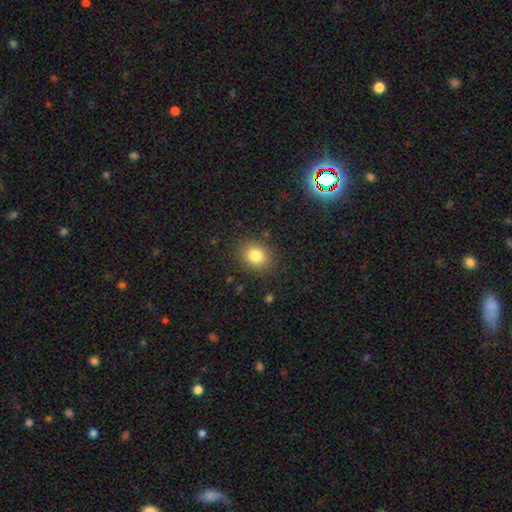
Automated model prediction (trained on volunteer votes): Smooth or featured? smooth (82%)
How rounded? round (64%)
Merging? none (87%)